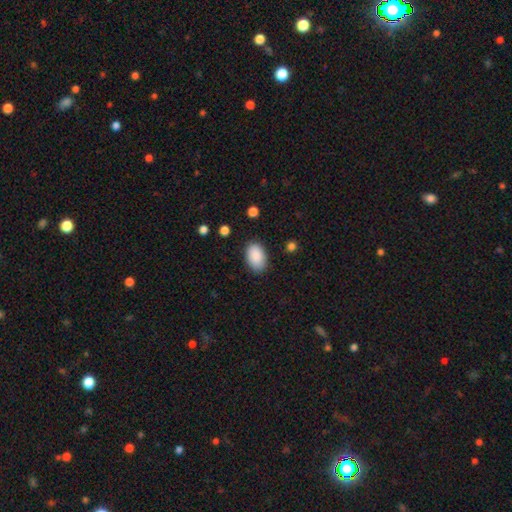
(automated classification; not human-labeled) Smooth or featured: smooth — 90% (star or artifact — 7%)
How rounded: in between — 91% (round — 7%)
Merging: none — 85% (minor disturbance — 11%)